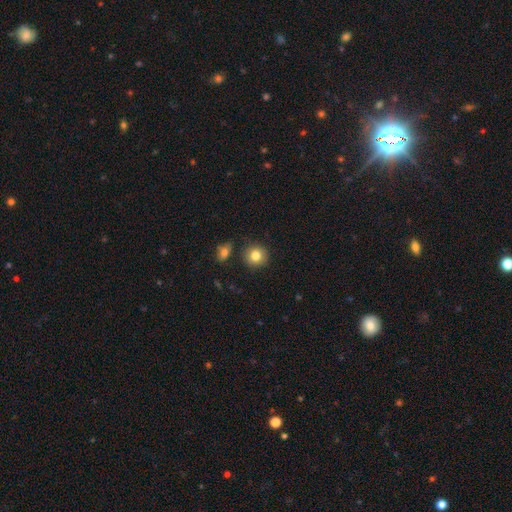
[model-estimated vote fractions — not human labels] The model was most divided on "smooth or featured": smooth: 82%, star or artifact: 10%, featured or disk: 8%. More confident: how rounded — round (90%); merging — none (85%).